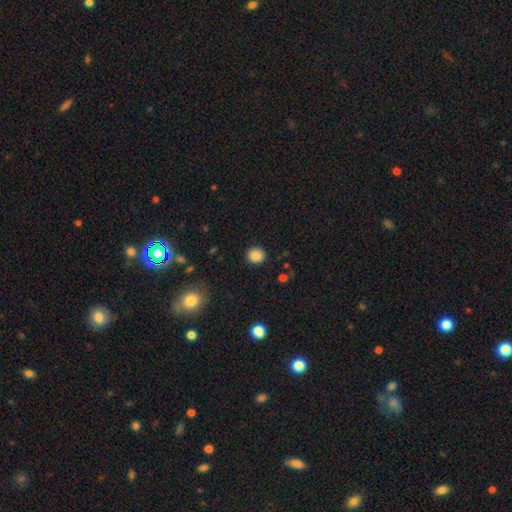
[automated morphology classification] Smooth or featured?
  - smooth: 87% *
  - star or artifact: 10%
  - featured or disk: 3%
How rounded?
  - round: 86% *
  - in between: 13%
  - cigar-shaped: 1%
Merging?
  - none: 90% *
  - minor disturbance: 7%
  - major disturbance: 2%
  - merger: 1%